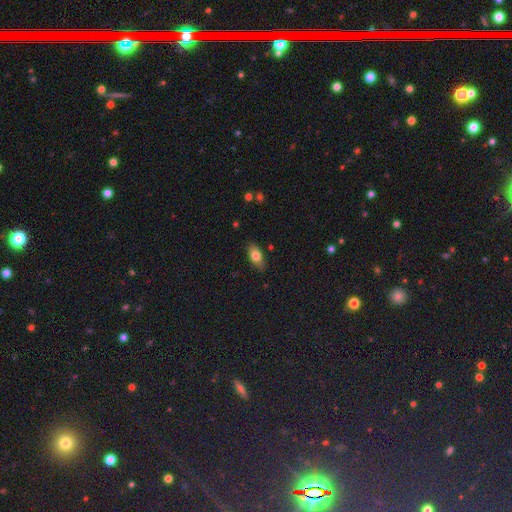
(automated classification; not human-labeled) Overall: smooth (78%). How rounded: in between (87%). Merging: none (82%).